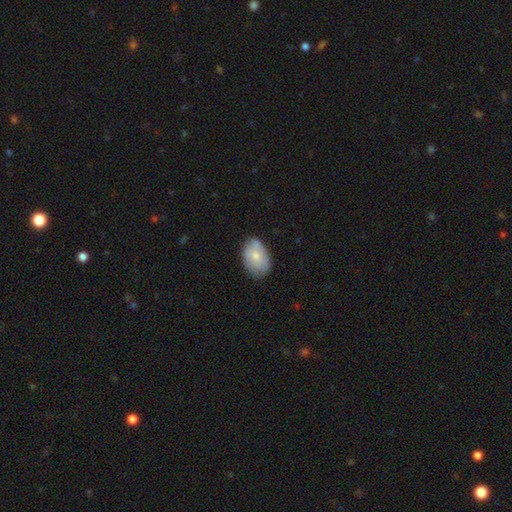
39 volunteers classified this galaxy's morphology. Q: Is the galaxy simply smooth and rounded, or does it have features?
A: smooth — 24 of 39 (62%).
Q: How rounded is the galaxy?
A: in between — 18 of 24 (75%).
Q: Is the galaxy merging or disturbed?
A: none — 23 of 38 (61%).